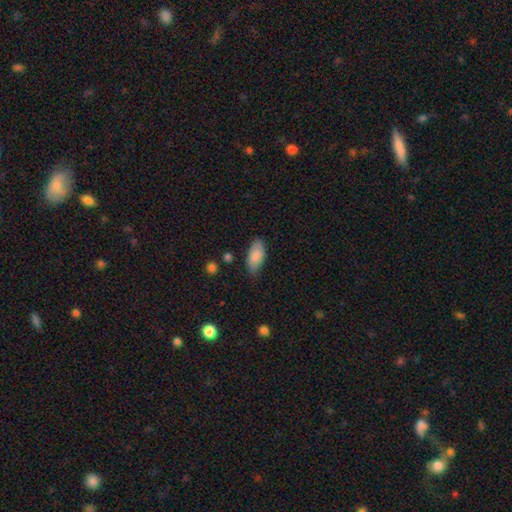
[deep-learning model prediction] A smooth galaxy with no disk features (86%) that is in between round and cigar-shaped (89%).

Vote fractions:
- Smooth or featured? smooth: 86% / featured or disk: 8% / star or artifact: 6%
- How rounded? in between: 89% / cigar-shaped: 9% / round: 2%
- Merging? none: 79% / minor disturbance: 16% / major disturbance: 3% / merger: 2%